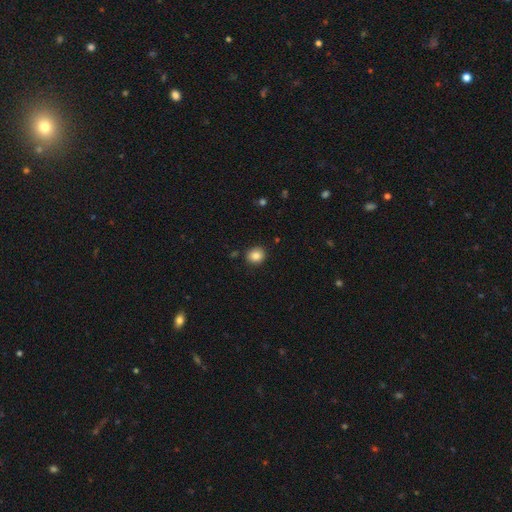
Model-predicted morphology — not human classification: This appears to be a smooth galaxy with no disk features (86%) that is round (78%). Merging: none (88%).